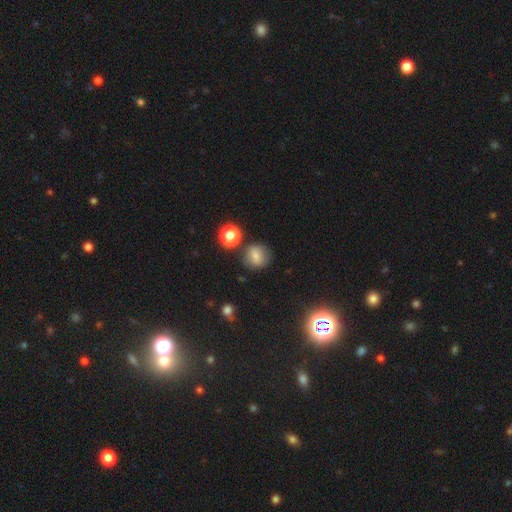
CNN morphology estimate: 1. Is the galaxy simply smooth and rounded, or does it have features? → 73% smooth, 14% featured or disk, 14% star or artifact.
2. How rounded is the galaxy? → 84% round, 15% in between, 1% cigar-shaped.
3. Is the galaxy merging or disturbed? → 77% none, 12% minor disturbance, 7% merger, 4% major disturbance.